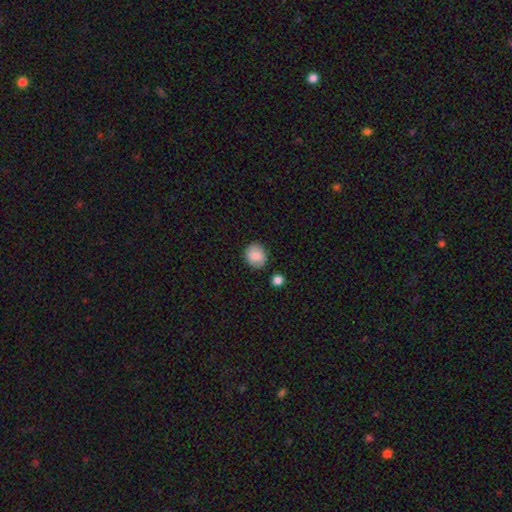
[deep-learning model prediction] Morphology: type=smooth (84%); roundness=round (71%); merging=none (84%).